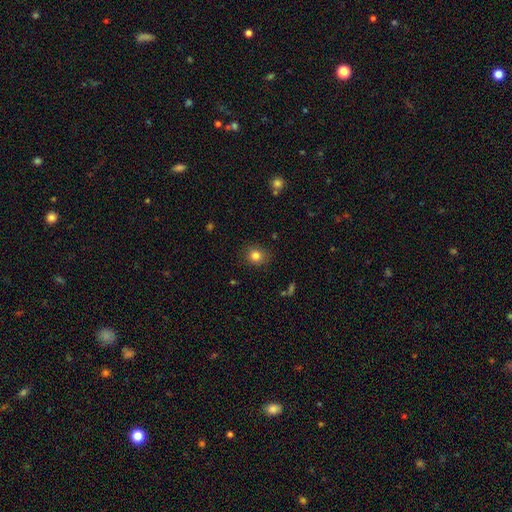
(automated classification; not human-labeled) smooth-or-featured: smooth: 82% | star or artifact: 12% | featured or disk: 6%
  how-rounded: round: 74% | in between: 25% | cigar-shaped: 1%
  merging: none: 85% | minor disturbance: 11% | major disturbance: 3% | merger: 1%